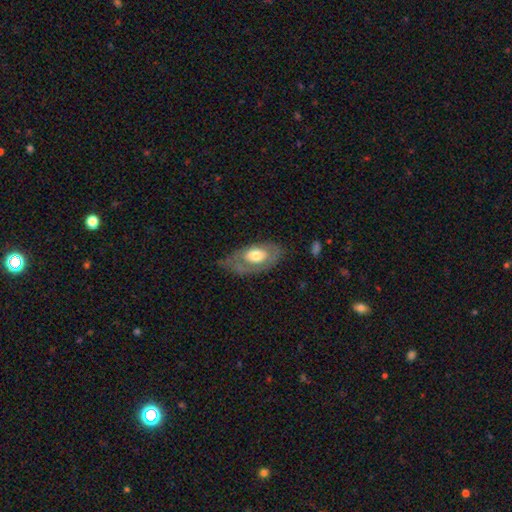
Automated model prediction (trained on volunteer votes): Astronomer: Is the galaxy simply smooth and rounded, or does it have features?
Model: smooth — 50% (runner-up: featured or disk, 45%).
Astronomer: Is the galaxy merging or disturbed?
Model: none — 53% (runner-up: minor disturbance, 29%).